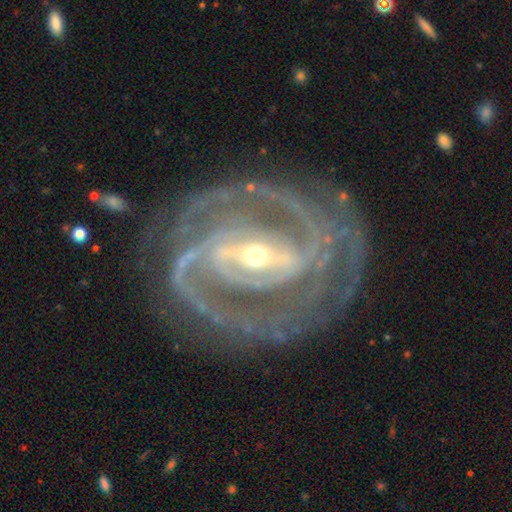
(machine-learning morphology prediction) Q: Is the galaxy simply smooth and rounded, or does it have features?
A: featured or disk — 93%.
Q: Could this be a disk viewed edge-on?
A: no — 97%.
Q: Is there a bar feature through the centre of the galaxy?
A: strong — 67%.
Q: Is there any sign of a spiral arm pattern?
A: yes — 98%.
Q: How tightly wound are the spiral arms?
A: tight — 49%.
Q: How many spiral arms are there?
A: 2 — 47%.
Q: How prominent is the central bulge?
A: small — 53%.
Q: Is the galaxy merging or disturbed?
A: none — 70%.